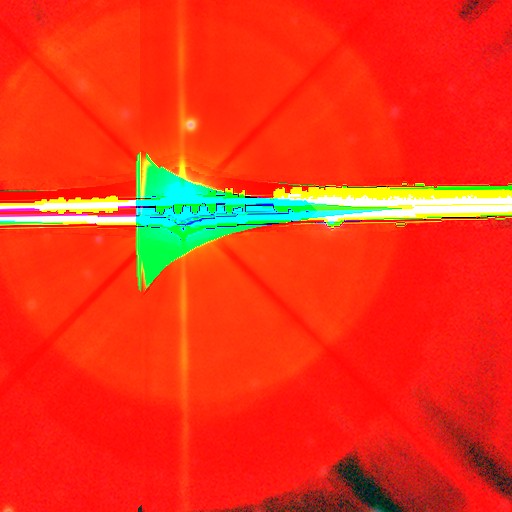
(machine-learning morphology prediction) smooth_or_featured: star or artifact (p=0.89) [alt: featured or disk p=0.07]